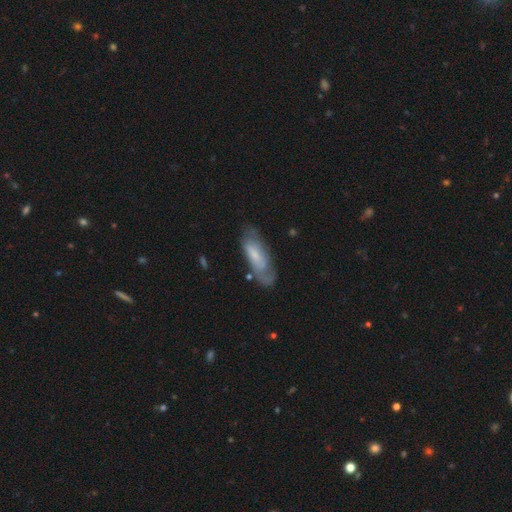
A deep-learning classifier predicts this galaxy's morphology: smooth_or_featured: smooth (p=0.49) [alt: featured or disk p=0.45]
merging: none (p=0.59) [alt: minor disturbance p=0.25]